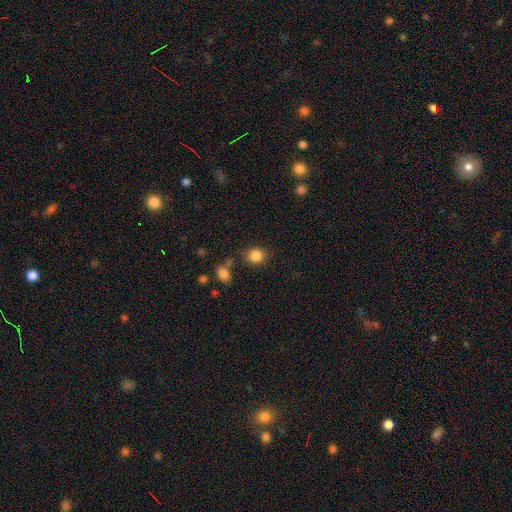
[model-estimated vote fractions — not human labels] This appears to be a smooth galaxy with no disk features (85%) that is round (78%). Merging: none (79%).